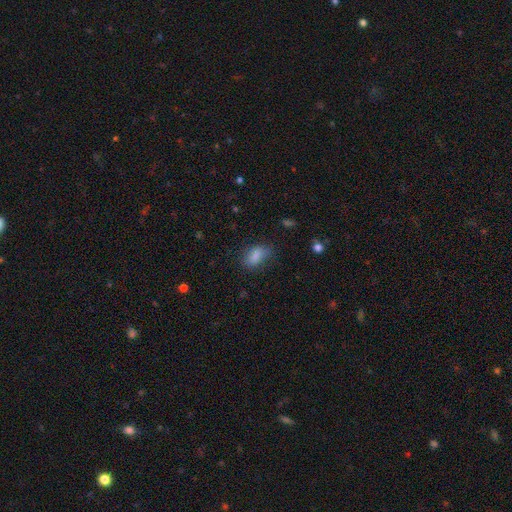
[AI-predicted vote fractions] Morphology: type=smooth (83%); roundness=in between (86%); merging=none (68%).